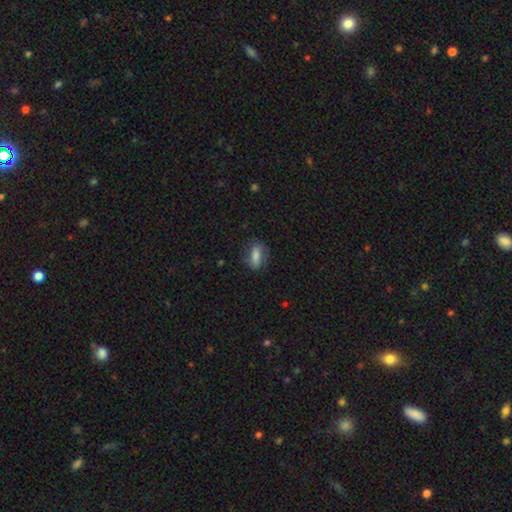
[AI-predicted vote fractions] This is likely a smooth galaxy (72%). How rounded: likely in between (72%). Merging: likely none (72%).